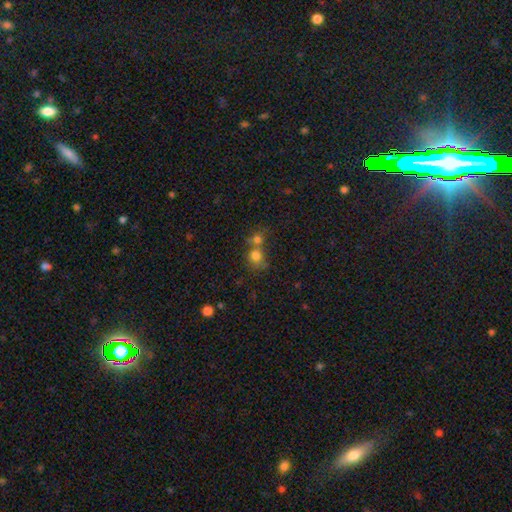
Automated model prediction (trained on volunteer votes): Morphology: type=smooth (75%); roundness=round (77%); merging=merger (51%).